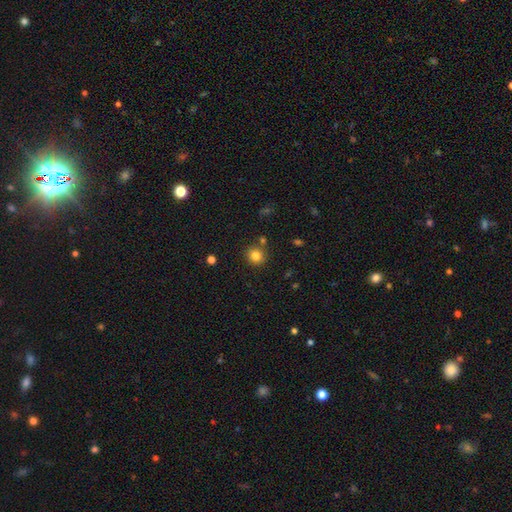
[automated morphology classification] smooth-or-featured: smooth: 82% | star or artifact: 12% | featured or disk: 6%
  how-rounded: round: 90% | in between: 9% | cigar-shaped: 1%
  merging: none: 83% | minor disturbance: 8% | merger: 7% | major disturbance: 3%